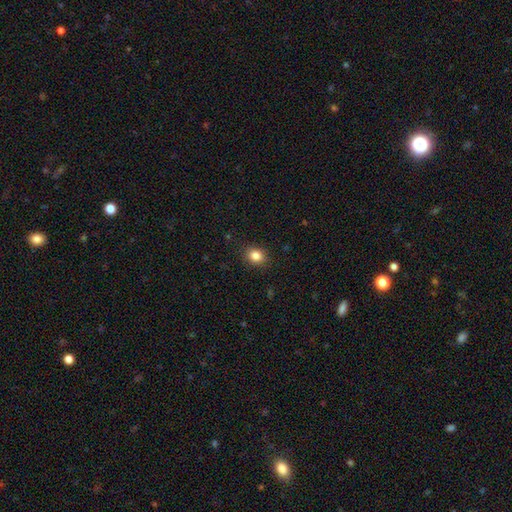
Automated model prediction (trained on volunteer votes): The model was most divided on "how rounded": round: 60%, in between: 40%, cigar-shaped: 1%. More confident: merging — none (89%); smooth or featured — smooth (84%).